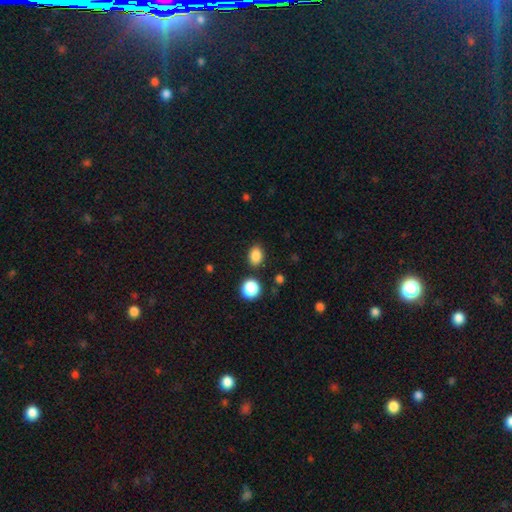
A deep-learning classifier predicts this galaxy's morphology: The model was most divided on "how rounded": in between: 67%, round: 32%, cigar-shaped: 1%. More confident: smooth or featured — smooth (86%); merging — none (82%).